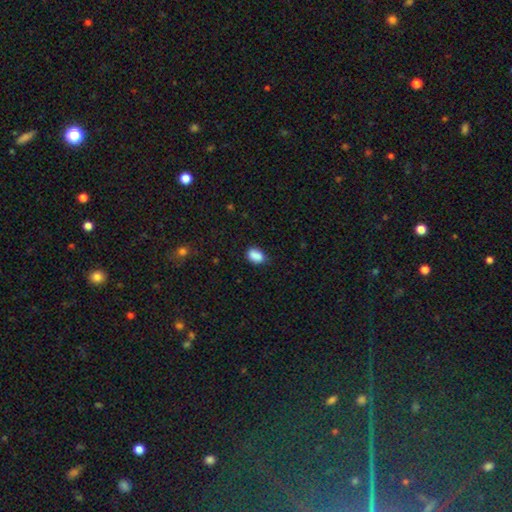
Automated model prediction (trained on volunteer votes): smooth-or-featured: smooth: 87% | star or artifact: 9% | featured or disk: 4%
  how-rounded: in between: 83% | round: 15% | cigar-shaped: 2%
  merging: none: 73% | minor disturbance: 20% | major disturbance: 4% | merger: 3%